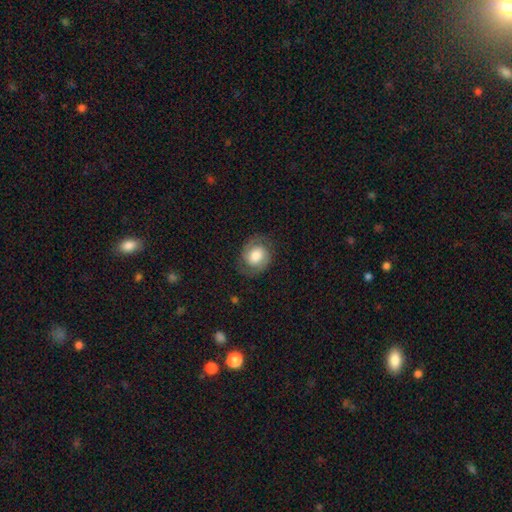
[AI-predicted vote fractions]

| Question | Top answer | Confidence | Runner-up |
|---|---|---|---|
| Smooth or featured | featured or disk | 61% | smooth (32%) |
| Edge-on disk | no | 98% | yes (2%) |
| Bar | no | 61% | weak (31%) |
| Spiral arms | yes | 88% | no (12%) |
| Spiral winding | medium | 44% | tight (41%) |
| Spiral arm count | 2 | 90% | can't tell (5%) |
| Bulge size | moderate | 46% | large (35%) |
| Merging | none | 80% | minor disturbance (13%) |